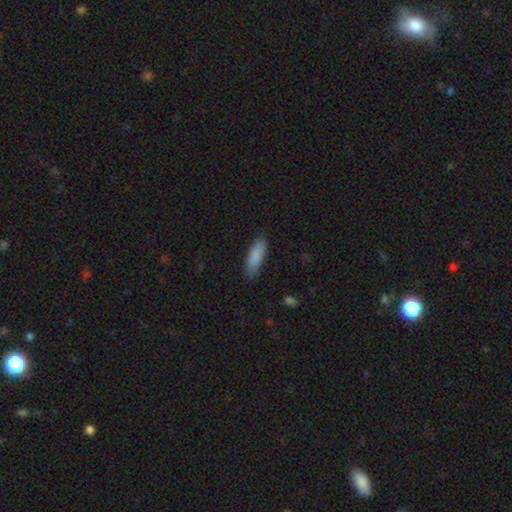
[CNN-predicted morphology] Q: Smooth or featured?
A: smooth (88%); runner-up: star or artifact (6%)
Q: How rounded?
A: in between (60%); runner-up: cigar-shaped (39%)
Q: Merging?
A: none (82%); runner-up: minor disturbance (14%)